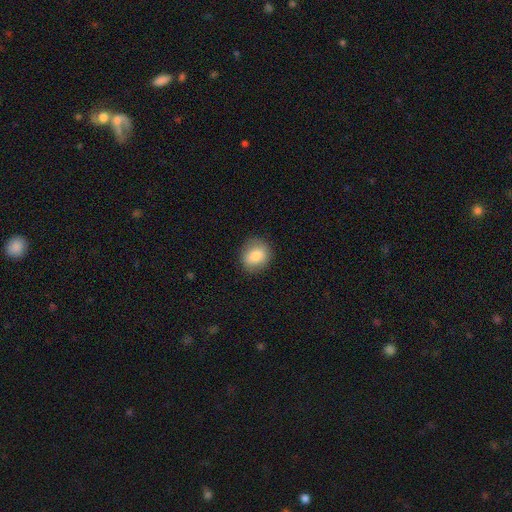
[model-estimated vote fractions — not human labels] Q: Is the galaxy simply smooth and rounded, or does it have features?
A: smooth — 82%.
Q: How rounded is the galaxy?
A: round — 67%.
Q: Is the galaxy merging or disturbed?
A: none — 83%.